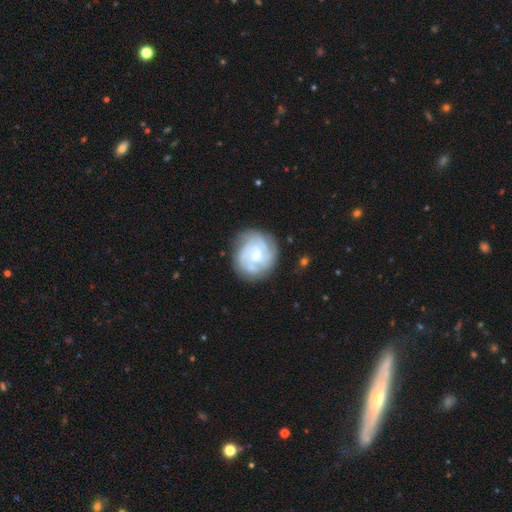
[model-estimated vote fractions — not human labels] A featured or disk galaxy (78%) with no bar (75%), tight (64%) spiral arms (92%) and a small central bulge (55%).

Vote fractions:
- Smooth or featured? featured or disk: 78% / smooth: 16% / star or artifact: 6%
- Edge-on disk? no: 98% / yes: 2%
- Bar? no: 75% / weak: 21% / strong: 4%
- Spiral arms? yes: 92% / no: 8%
- Spiral winding? tight: 64% / medium: 29% / loose: 7%
- Spiral arm count? can't tell: 30% / 3: 29% / 4: 16% / 2: 14% / more than 4: 6% / 1: 5%
- Bulge size? small: 55% / moderate: 41% / large: 2% / none: 1% / dominant: 1%
- Merging? none: 78% / minor disturbance: 15% / major disturbance: 5% / merger: 2%